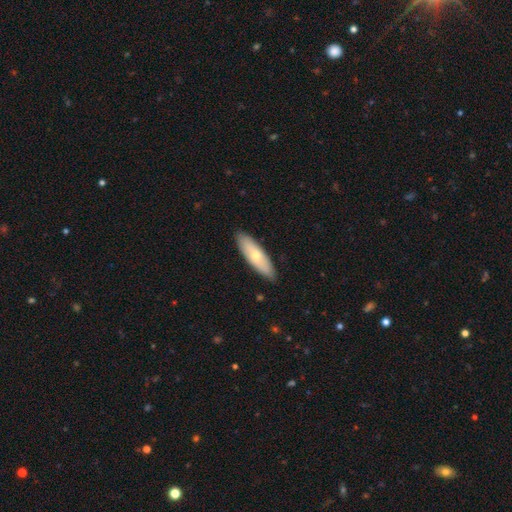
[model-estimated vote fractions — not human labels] Overall: smooth (62%; featured or disk 33%). How rounded: cigar-shaped (50%; in between 48%). Merging: none (87%).